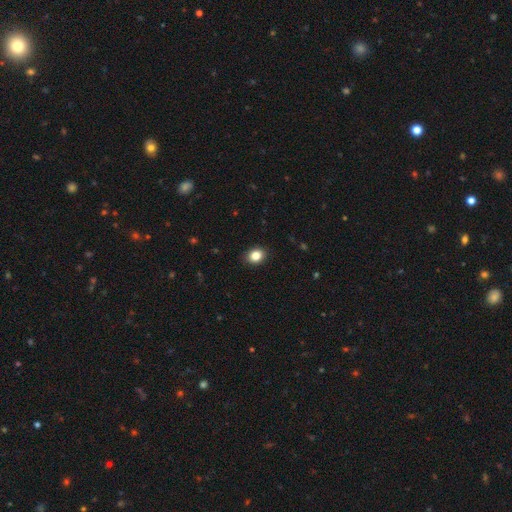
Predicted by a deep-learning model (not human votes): Smooth or featured?
  - smooth: 85% *
  - star or artifact: 10%
  - featured or disk: 5%
How rounded?
  - in between: 50% *
  - round: 49%
  - cigar-shaped: 1%
Merging?
  - none: 89% *
  - minor disturbance: 8%
  - major disturbance: 2%
  - merger: 1%